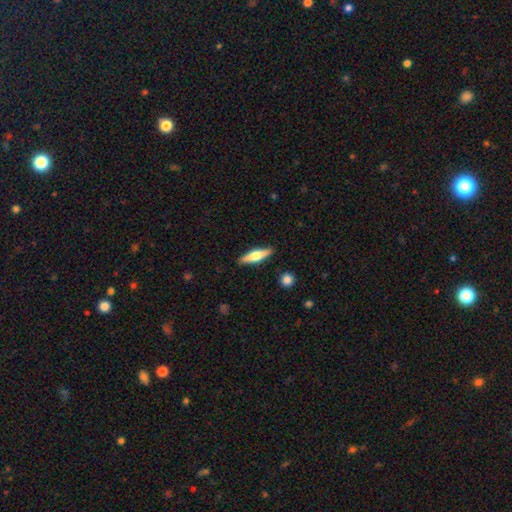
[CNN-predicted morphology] The model was most divided on "smooth or featured": featured or disk: 55%, smooth: 39%, star or artifact: 6%. More confident: edge-on disk — yes (96%); edge-on bulge — rounded (92%); merging — none (89%).